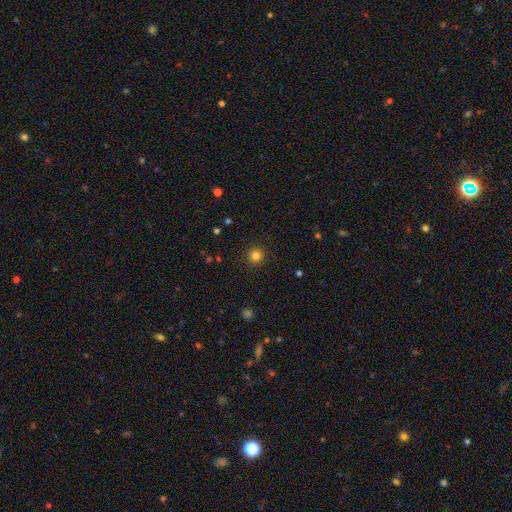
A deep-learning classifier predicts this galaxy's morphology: smooth_or_featured: smooth (p=0.82) [alt: star or artifact p=0.13]
how_rounded: round (p=0.95) [alt: in between p=0.04]
merging: none (p=0.92) [alt: minor disturbance p=0.05]